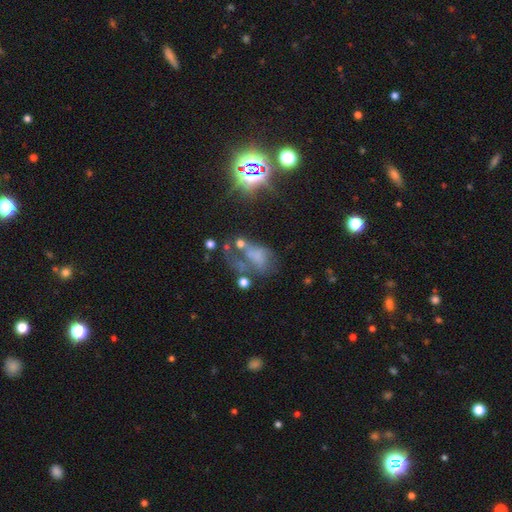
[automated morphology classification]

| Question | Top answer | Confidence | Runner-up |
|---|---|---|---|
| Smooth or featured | featured or disk | 37% | smooth (35%) |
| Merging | major disturbance | 44% | none (22%) |